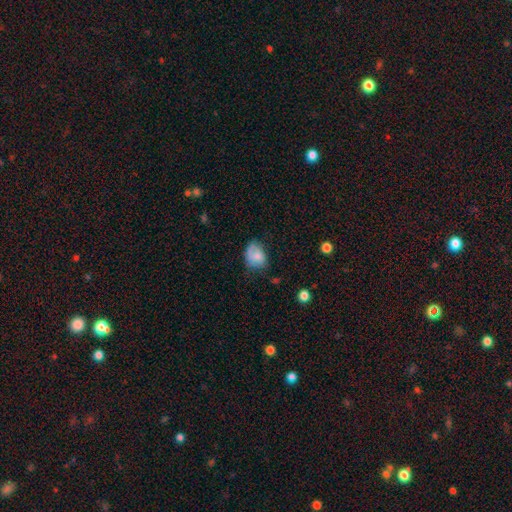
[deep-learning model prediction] smooth-or-featured: smooth: 67% | featured or disk: 25% | star or artifact: 8%
  how-rounded: in between: 62% | round: 37% | cigar-shaped: 1%
  merging: none: 46% | minor disturbance: 34% | major disturbance: 17% | merger: 3%